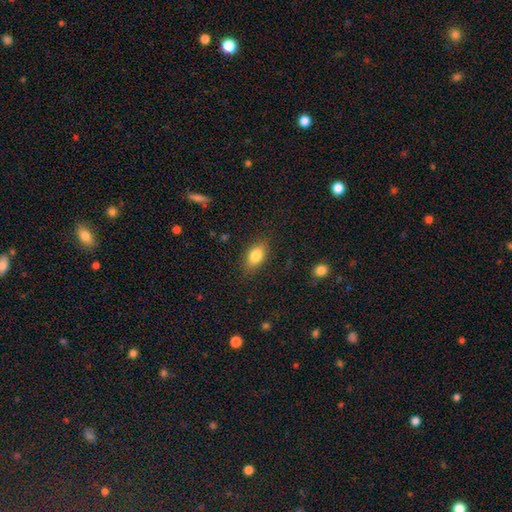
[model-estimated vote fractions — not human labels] Morphology: type=smooth (81%); roundness=in between (86%); merging=none (84%).